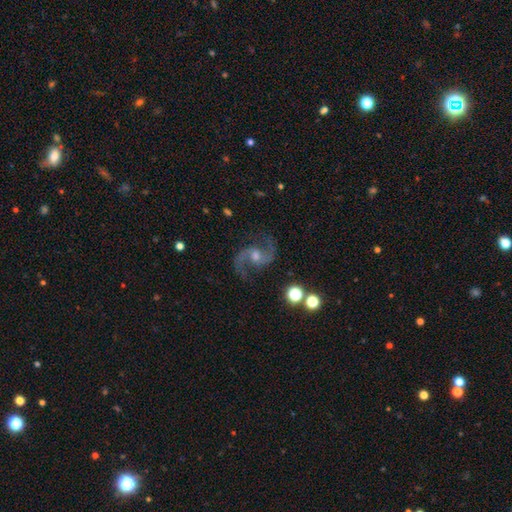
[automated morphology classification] This appears to be a featured or disk galaxy (91%) with no bar (48%), 2 (94%) medium (48%) spiral arms (98%) and a moderate central bulge (56%). Merging: none (83%).